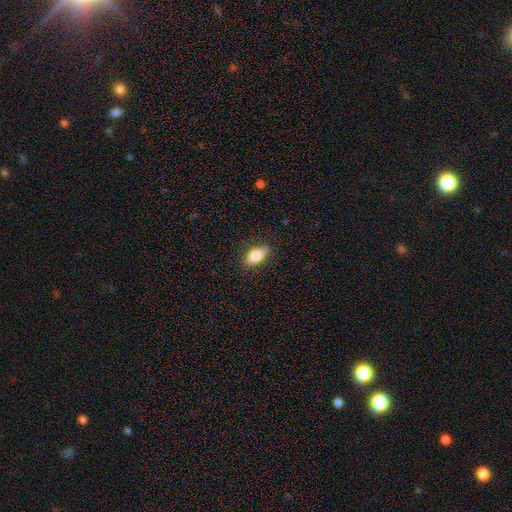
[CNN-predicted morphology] A smooth galaxy with no disk features (72%) that is in between round and cigar-shaped (83%). Merging: none (83%).